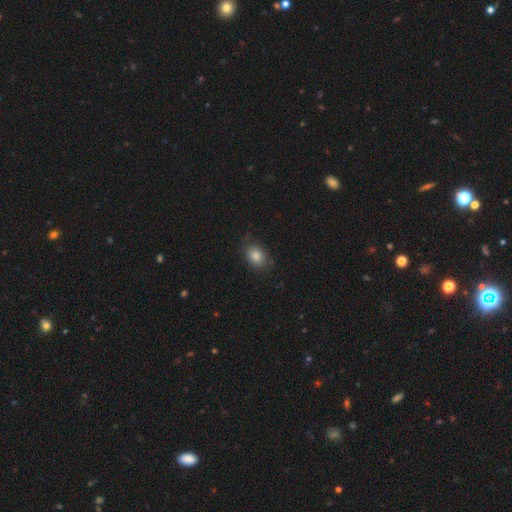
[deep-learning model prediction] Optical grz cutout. It shows a smooth galaxy with no disk features (83%) that is in between round and cigar-shaped (70%). Merging: none (80%).